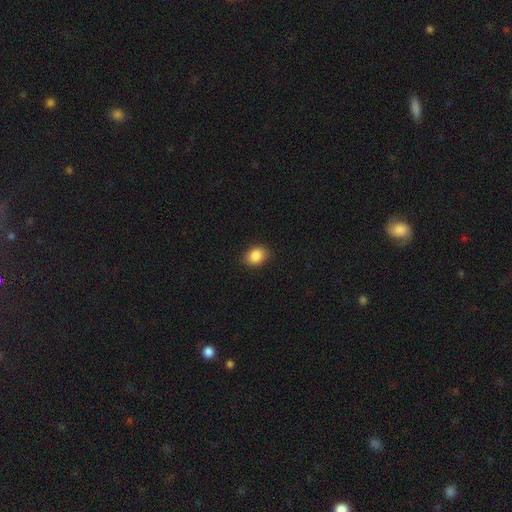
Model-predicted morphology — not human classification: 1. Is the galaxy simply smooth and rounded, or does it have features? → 87% smooth, 9% star or artifact, 4% featured or disk.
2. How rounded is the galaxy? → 63% in between, 36% round, 1% cigar-shaped.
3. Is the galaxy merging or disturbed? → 87% none, 10% minor disturbance, 2% major disturbance, 1% merger.